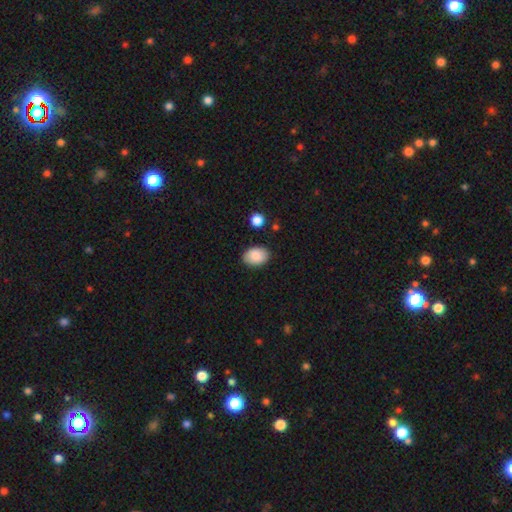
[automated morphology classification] A smooth galaxy with no disk features (86%) that is in between round and cigar-shaped (81%).

Vote fractions:
- Smooth or featured? smooth: 86% / star or artifact: 7% / featured or disk: 7%
- How rounded? in between: 81% / round: 18% / cigar-shaped: 1%
- Merging? none: 87% / minor disturbance: 9% / major disturbance: 2% / merger: 2%